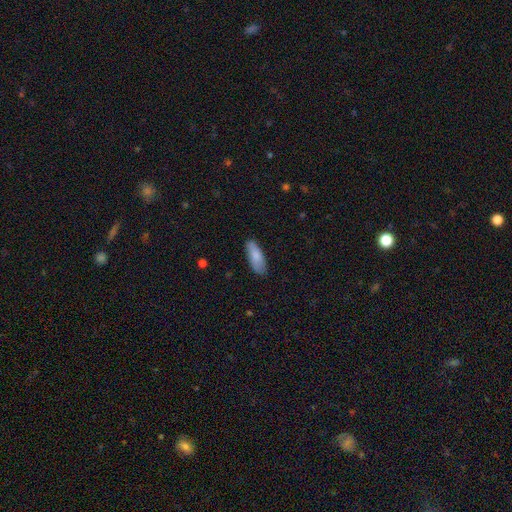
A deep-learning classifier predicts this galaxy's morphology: Overall: smooth (83%). How rounded: in between (63%; cigar-shaped 35%). Merging: none (81%).